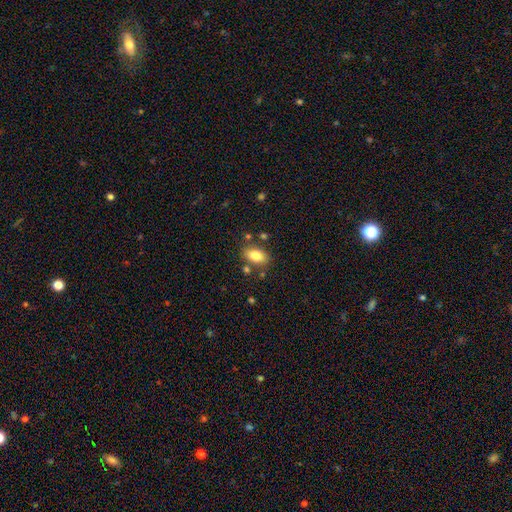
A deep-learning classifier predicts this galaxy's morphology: Q: Smooth or featured?
A: smooth (81%); runner-up: featured or disk (11%)
Q: How rounded?
A: in between (89%); runner-up: round (8%)
Q: Merging?
A: none (77%); runner-up: minor disturbance (13%)